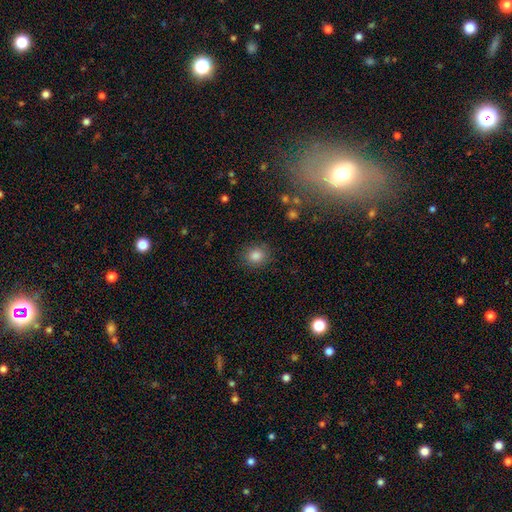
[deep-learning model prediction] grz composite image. It shows a smooth galaxy with no disk features (84%) that is round (79%). Merging: none (87%).